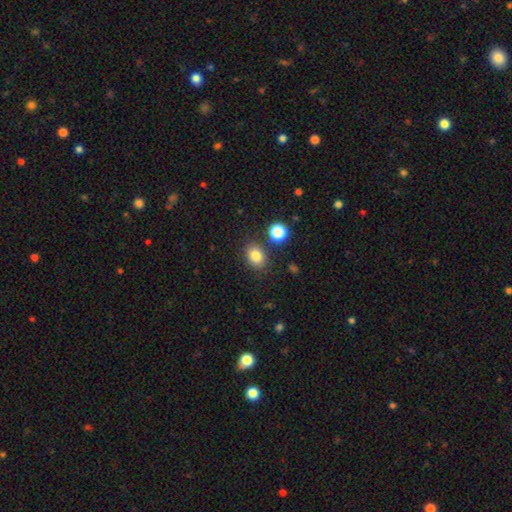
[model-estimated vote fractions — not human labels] smooth_or_featured: smooth (p=0.82) [alt: star or artifact p=0.11]
how_rounded: in between (p=0.62) [alt: round p=0.37]
merging: none (p=0.81) [alt: minor disturbance p=0.10]